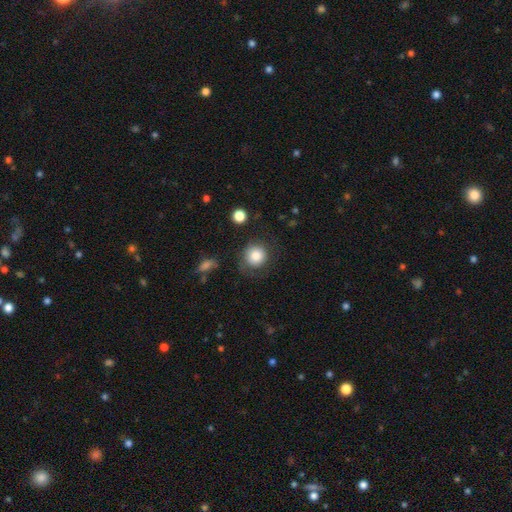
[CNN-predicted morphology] Smooth or featured? smooth (83%)
How rounded? round (88%)
Merging? none (70%)